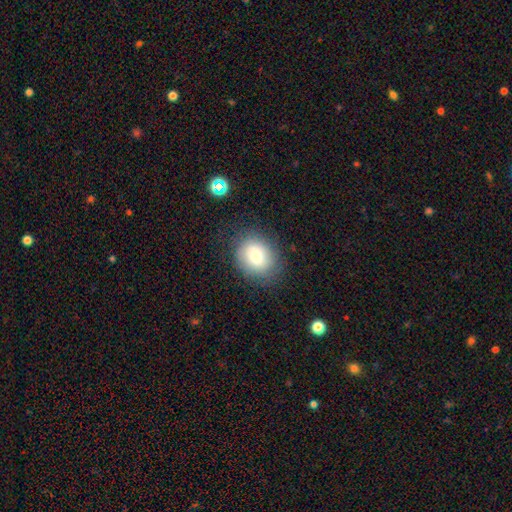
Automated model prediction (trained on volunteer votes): Morphology: type=smooth (72%); roundness=round (61%); merging=none (80%).